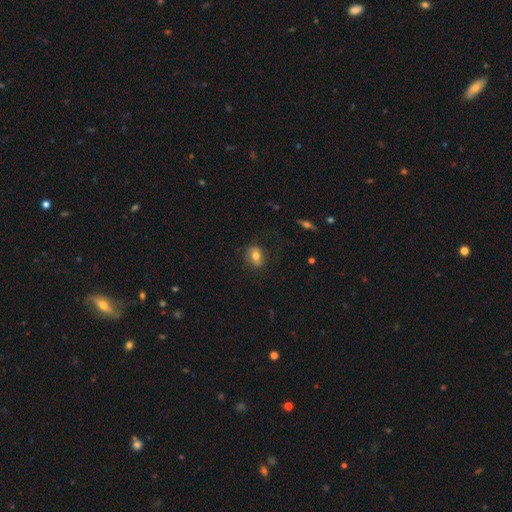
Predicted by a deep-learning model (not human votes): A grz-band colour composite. It shows a smooth galaxy with no disk features (65%) that is in between round and cigar-shaped (56%). Merging: none (76%).